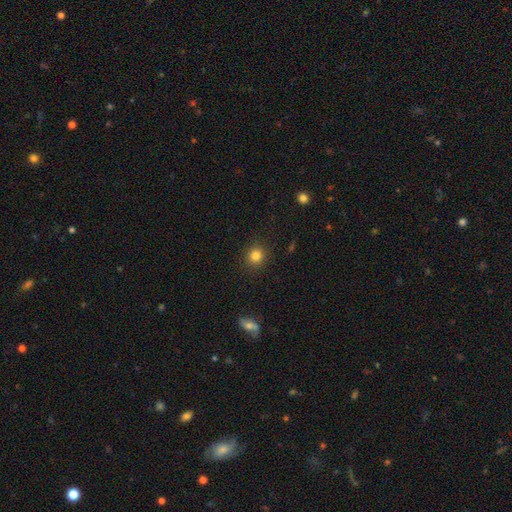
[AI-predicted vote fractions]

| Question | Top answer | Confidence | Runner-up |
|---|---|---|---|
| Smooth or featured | smooth | 83% | star or artifact (12%) |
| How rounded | round | 88% | in between (11%) |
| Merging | none | 89% | minor disturbance (7%) |